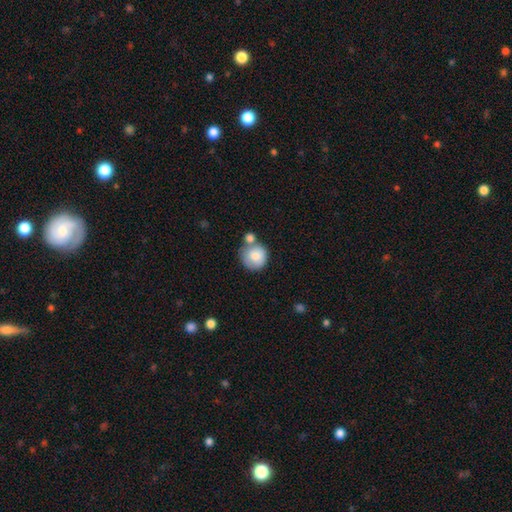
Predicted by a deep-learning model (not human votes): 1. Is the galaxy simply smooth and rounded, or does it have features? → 81% smooth, 12% featured or disk, 7% star or artifact.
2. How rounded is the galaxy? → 90% round, 9% in between, 1% cigar-shaped.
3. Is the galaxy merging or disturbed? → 50% none, 29% merger, 16% minor disturbance, 6% major disturbance.